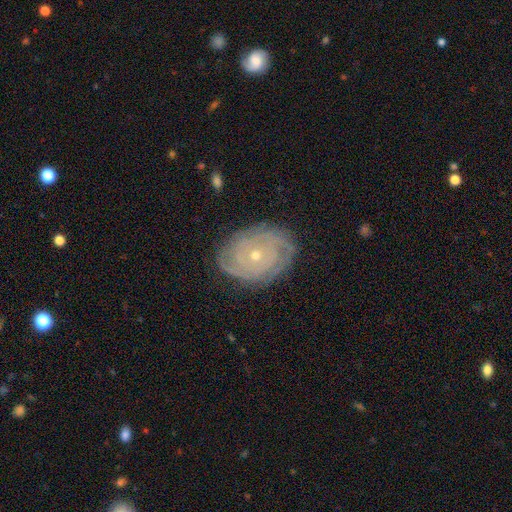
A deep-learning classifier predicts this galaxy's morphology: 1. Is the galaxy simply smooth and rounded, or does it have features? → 85% featured or disk, 9% smooth, 6% star or artifact.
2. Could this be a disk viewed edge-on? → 97% no, 3% yes.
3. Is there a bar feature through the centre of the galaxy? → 80% no, 15% weak, 5% strong.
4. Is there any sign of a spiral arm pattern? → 96% yes, 4% no.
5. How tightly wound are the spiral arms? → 83% tight, 14% medium, 3% loose.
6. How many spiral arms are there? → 27% can't tell, 22% 2, 20% 3, 16% 4, 8% more than 4, 7% 1.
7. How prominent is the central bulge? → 71% small, 27% moderate, 1% large, 1% none, 1% dominant.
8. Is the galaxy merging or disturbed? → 83% none, 13% minor disturbance, 3% major disturbance, 1% merger.